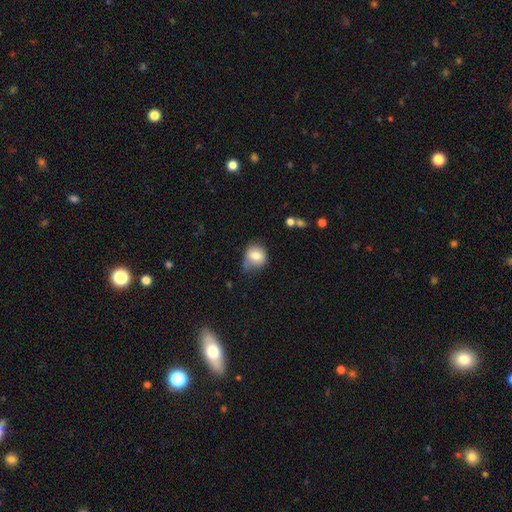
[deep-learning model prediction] Smooth or featured? smooth (78%)
How rounded? round (71%)
Merging? none (49%)